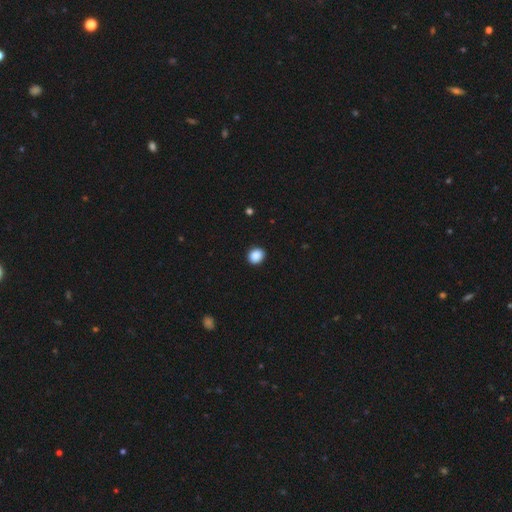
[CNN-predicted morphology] Smooth or featured? smooth (88%)
How rounded? round (69%)
Merging? none (91%)